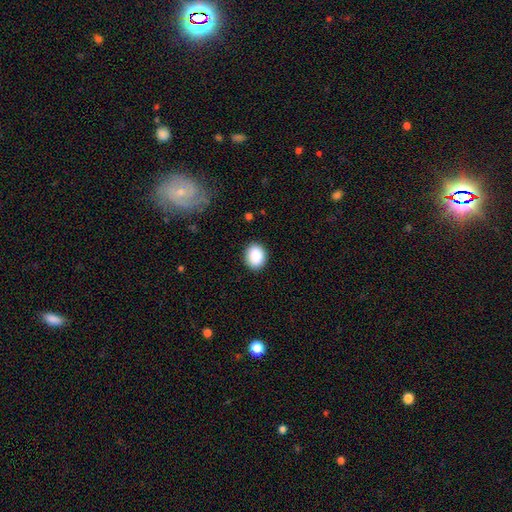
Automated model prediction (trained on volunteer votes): A smooth galaxy with no disk features (89%) that is round (50%).

Vote fractions:
- Smooth or featured? smooth: 89% / star or artifact: 8% / featured or disk: 3%
- How rounded? round: 50% / in between: 49% / cigar-shaped: 1%
- Merging? none: 89% / minor disturbance: 8% / major disturbance: 2% / merger: 1%